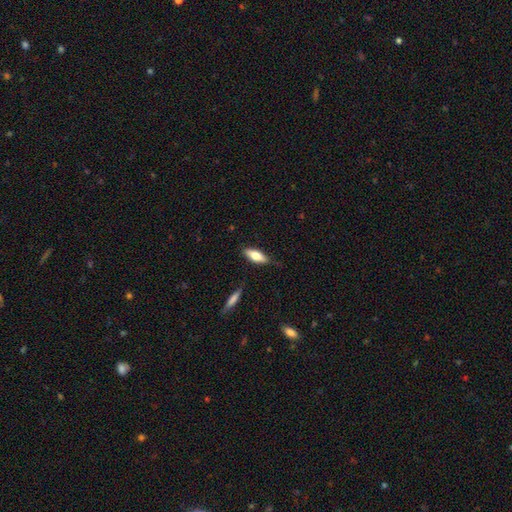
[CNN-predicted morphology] Smooth or featured? smooth (70%)
How rounded? in between (66%)
Merging? none (79%)